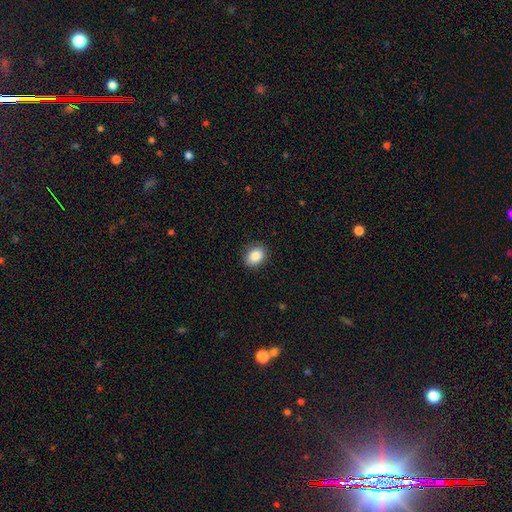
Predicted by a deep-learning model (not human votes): smooth 87%, star or artifact 8%, featured or disk 5%. Down the decision tree: how rounded — in between (62%); merging — none (88%).